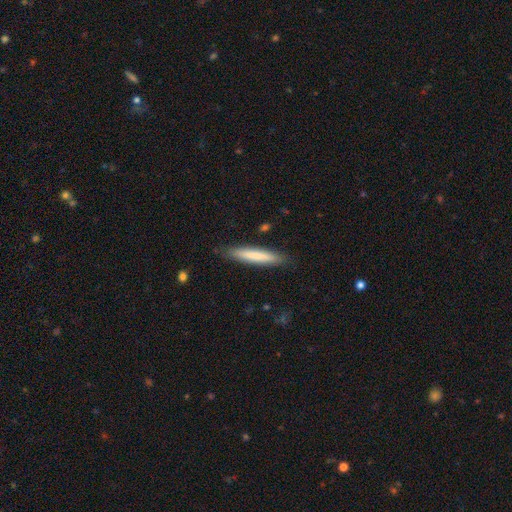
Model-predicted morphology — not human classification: Smooth or featured: smooth — 74% (featured or disk — 20%)
How rounded: cigar-shaped — 93% (in between — 6%)
Merging: none — 87% (minor disturbance — 10%)